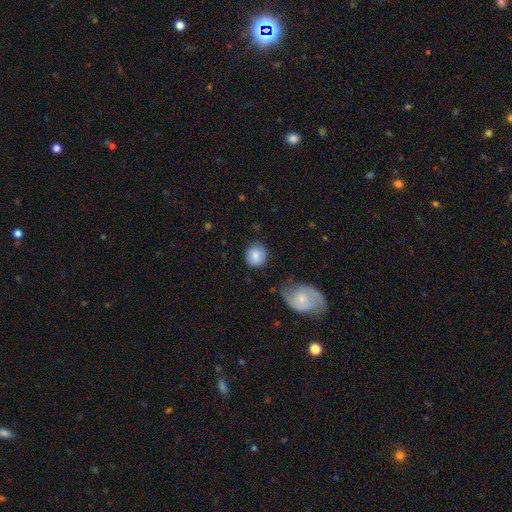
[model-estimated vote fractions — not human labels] Smooth or featured? Predicted: smooth (p=0.84). How rounded? Predicted: round (p=0.81). Merging? Predicted: none (p=0.77).